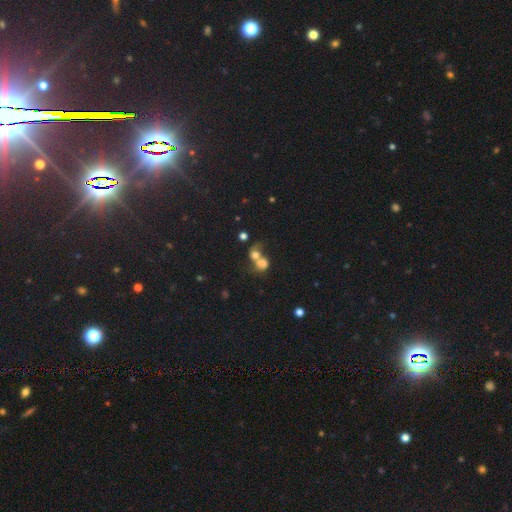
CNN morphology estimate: The model was most divided on "how rounded": round: 57%, in between: 42%, cigar-shaped: 1%. More confident: merging — merger (70%); smooth or featured — smooth (63%).